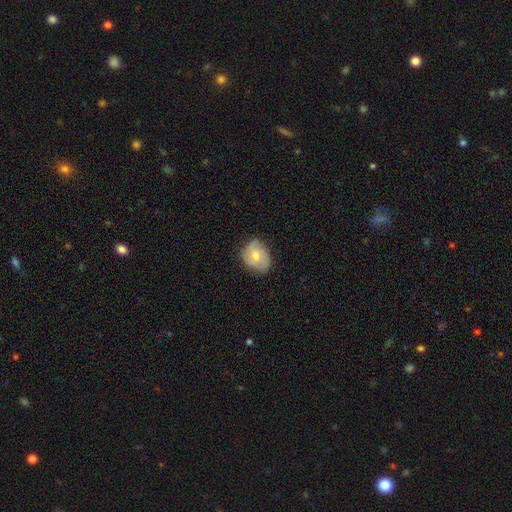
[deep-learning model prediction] This is possibly a smooth galaxy (52%). How rounded: possibly in between (52%). Merging: likely none (68%).